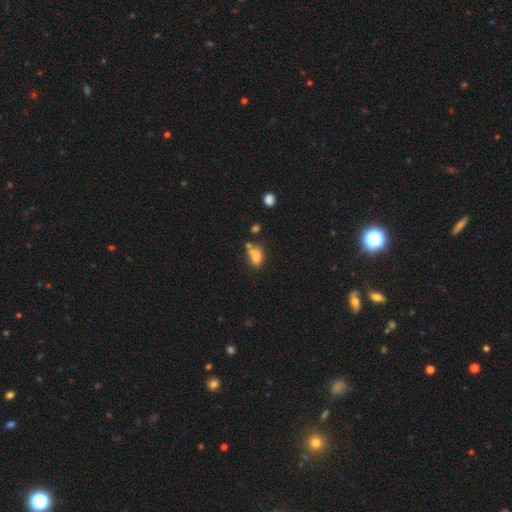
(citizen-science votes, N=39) A smooth galaxy with no disk features (82%) that is in between round and cigar-shaped (84%). Merging: minor disturbance (35%).